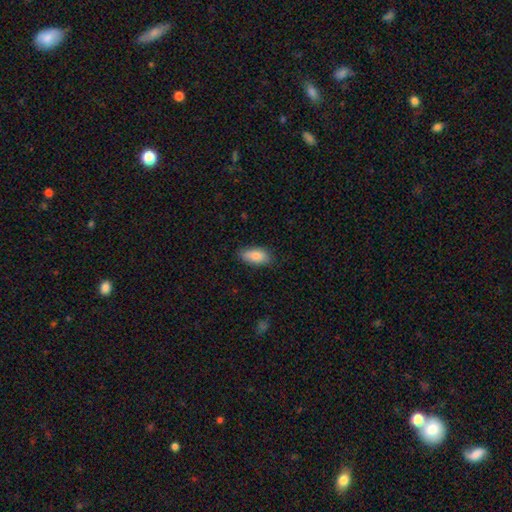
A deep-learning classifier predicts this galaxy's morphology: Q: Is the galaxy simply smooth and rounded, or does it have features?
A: smooth — 84%.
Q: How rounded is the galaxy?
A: in between — 88%.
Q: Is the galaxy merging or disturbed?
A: none — 81%.